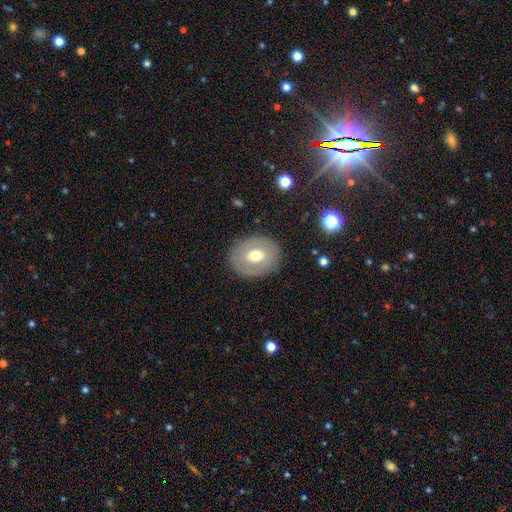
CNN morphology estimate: Smooth or featured? Predicted: smooth (p=0.50). How rounded? Predicted: round (p=0.52). Merging? Predicted: none (p=0.83).